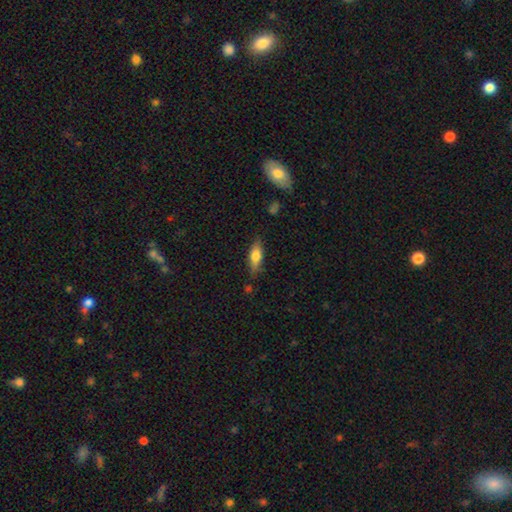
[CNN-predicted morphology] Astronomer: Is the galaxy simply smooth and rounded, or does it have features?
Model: smooth — 62%.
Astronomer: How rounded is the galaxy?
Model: in between — 57% (runner-up: cigar-shaped, 40%).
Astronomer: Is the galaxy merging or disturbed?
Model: none — 79%.